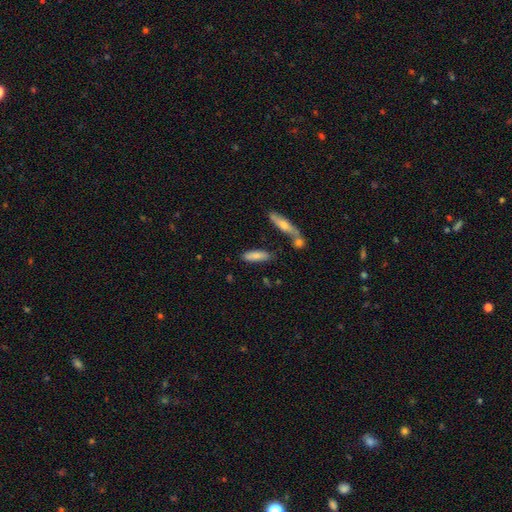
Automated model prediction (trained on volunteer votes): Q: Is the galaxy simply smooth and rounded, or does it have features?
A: smooth — 77%.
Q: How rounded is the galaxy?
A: in between — 50%.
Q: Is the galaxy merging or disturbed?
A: none — 74%.